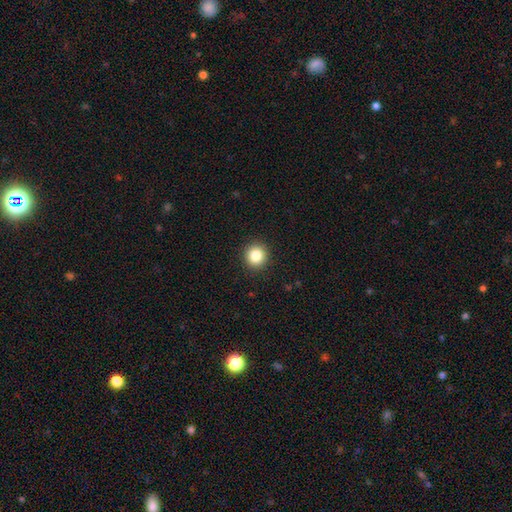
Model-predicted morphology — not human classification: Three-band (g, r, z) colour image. It shows a smooth galaxy with no disk features (85%) that is round (91%). Merging: none (92%).